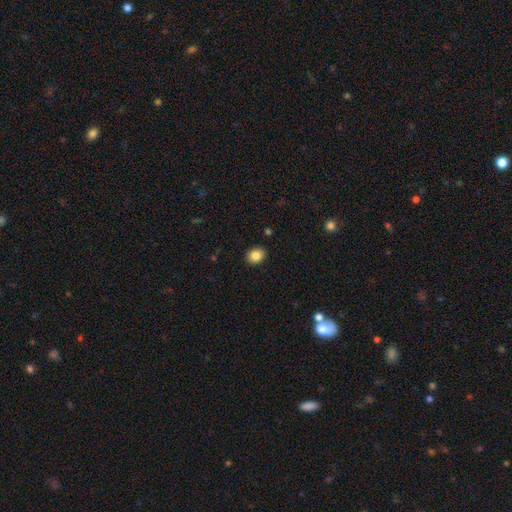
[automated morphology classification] smooth 84%, star or artifact 9%, featured or disk 7%. Down the decision tree: how rounded — round (54%); merging — none (91%).